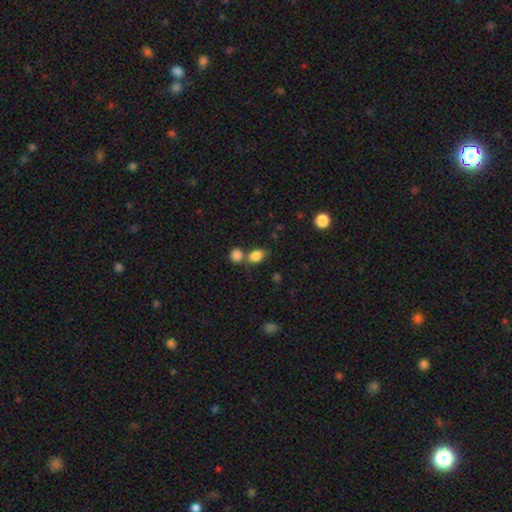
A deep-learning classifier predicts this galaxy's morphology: Smooth or featured?
  - smooth: 84% *
  - star or artifact: 10%
  - featured or disk: 6%
How rounded?
  - in between: 71% *
  - round: 27%
  - cigar-shaped: 2%
Merging?
  - none: 51% *
  - merger: 33%
  - minor disturbance: 12%
  - major disturbance: 4%